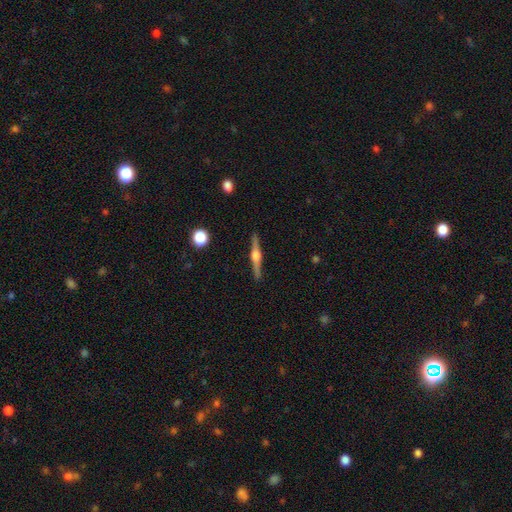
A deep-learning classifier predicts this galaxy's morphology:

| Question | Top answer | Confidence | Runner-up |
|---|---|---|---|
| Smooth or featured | featured or disk | 81% | smooth (14%) |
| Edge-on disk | yes | 98% | no (2%) |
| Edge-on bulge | rounded | 91% | boxy (6%) |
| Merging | none | 90% | minor disturbance (7%) |